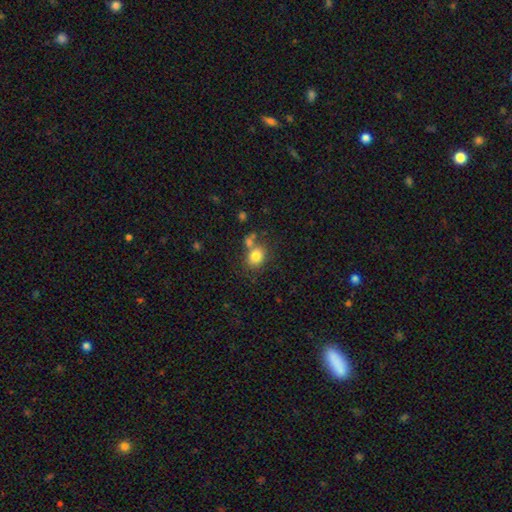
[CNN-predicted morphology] A smooth galaxy with no disk features (80%) that is round (61%).

Vote fractions:
- Smooth or featured? smooth: 80% / star or artifact: 11% / featured or disk: 9%
- How rounded? round: 61% / in between: 38% / cigar-shaped: 1%
- Merging? none: 58% / merger: 24% / minor disturbance: 13% / major disturbance: 5%